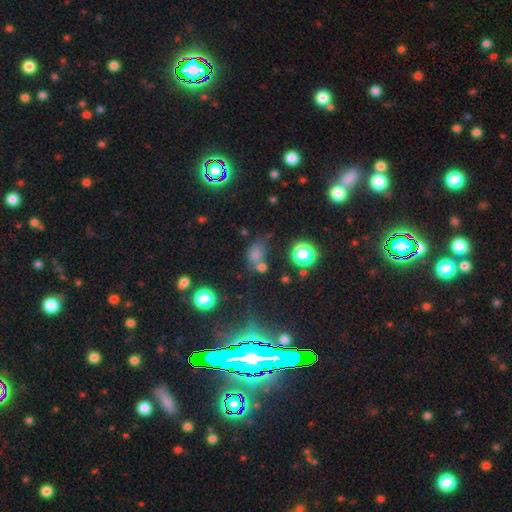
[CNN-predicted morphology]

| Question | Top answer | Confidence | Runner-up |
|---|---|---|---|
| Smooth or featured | smooth | 59% | star or artifact (30%) |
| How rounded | in between | 65% | round (33%) |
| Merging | none | 45% | merger (28%) |